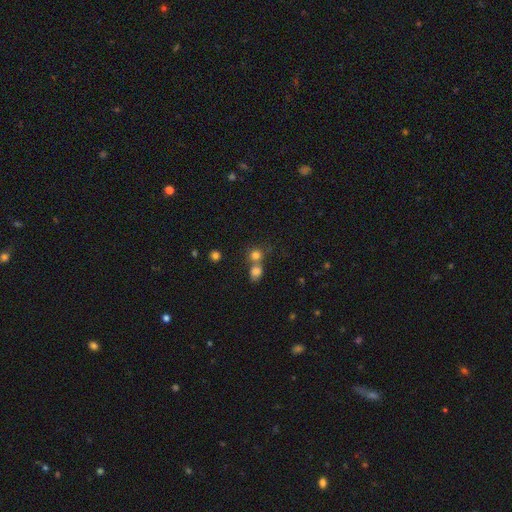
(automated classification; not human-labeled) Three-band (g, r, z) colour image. It shows a smooth galaxy with no disk features (77%) that is round (82%). Merging: merger (45%).